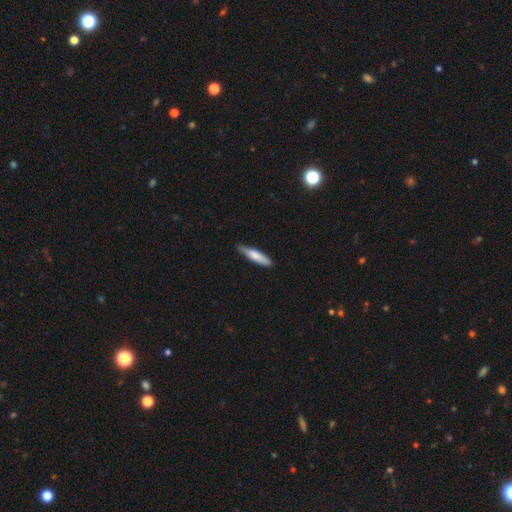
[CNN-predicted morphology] A smooth galaxy with no disk features (71%) that is cigar-shaped (82%).

Vote fractions:
- Smooth or featured? smooth: 71% / featured or disk: 24% / star or artifact: 5%
- How rounded? cigar-shaped: 82% / in between: 17% / round: 1%
- Merging? none: 80% / minor disturbance: 16% / major disturbance: 2% / merger: 1%